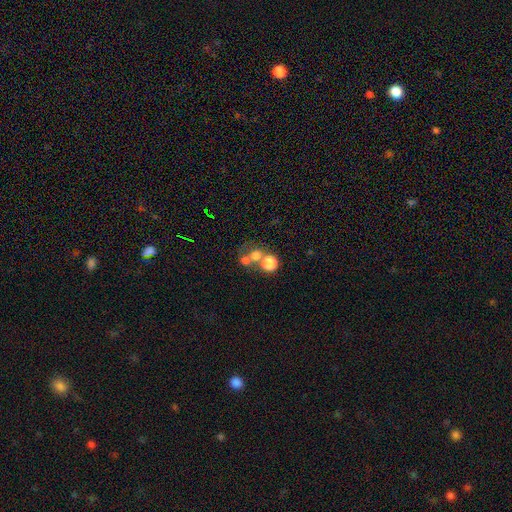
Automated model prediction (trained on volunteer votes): A smooth galaxy with no disk features (65%) that is round (82%).

Vote fractions:
- Smooth or featured? smooth: 65% / star or artifact: 19% / featured or disk: 16%
- How rounded? round: 82% / in between: 17% / cigar-shaped: 1%
- Merging? merger: 47% / none: 40% / minor disturbance: 7% / major disturbance: 6%